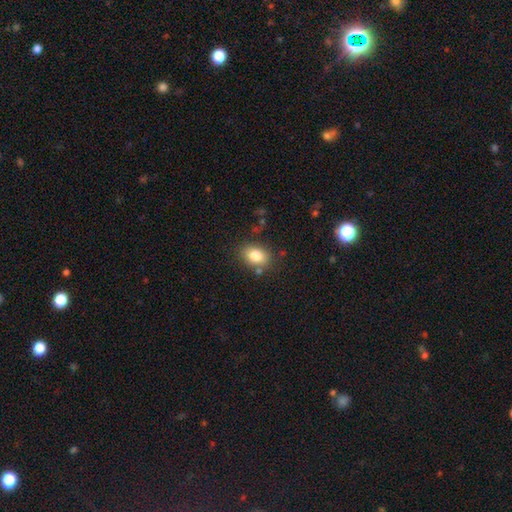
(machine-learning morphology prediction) Smooth or featured?
  - smooth: 82% *
  - featured or disk: 9%
  - star or artifact: 9%
How rounded?
  - in between: 74% *
  - round: 25%
  - cigar-shaped: 1%
Merging?
  - none: 78% *
  - minor disturbance: 13%
  - merger: 5%
  - major disturbance: 4%